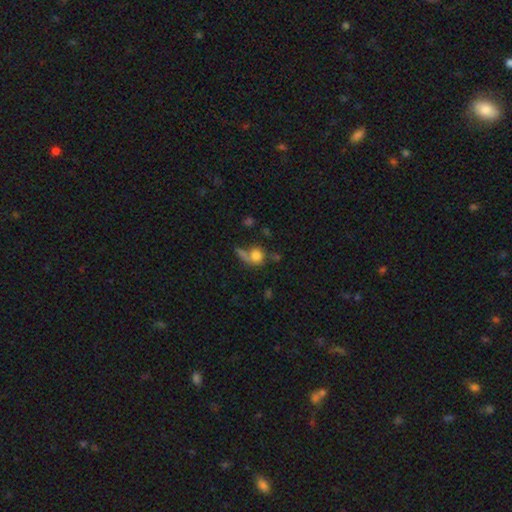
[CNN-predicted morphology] smooth_or_featured: smooth (p=0.72) [alt: featured or disk p=0.16]
how_rounded: round (p=0.69) [alt: in between p=0.28]
merging: none (p=0.40) [alt: merger p=0.28]